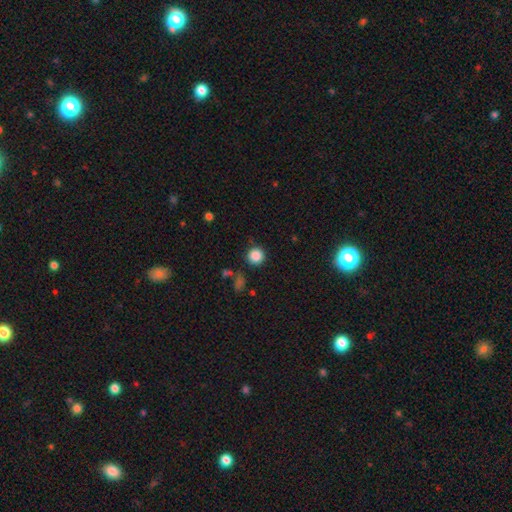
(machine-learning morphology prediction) A smooth galaxy with no disk features (86%) that is round (94%).

Vote fractions:
- Smooth or featured? smooth: 86% / star or artifact: 11% / featured or disk: 3%
- How rounded? round: 94% / in between: 5% / cigar-shaped: 1%
- Merging? none: 86% / minor disturbance: 8% / major disturbance: 3% / merger: 3%